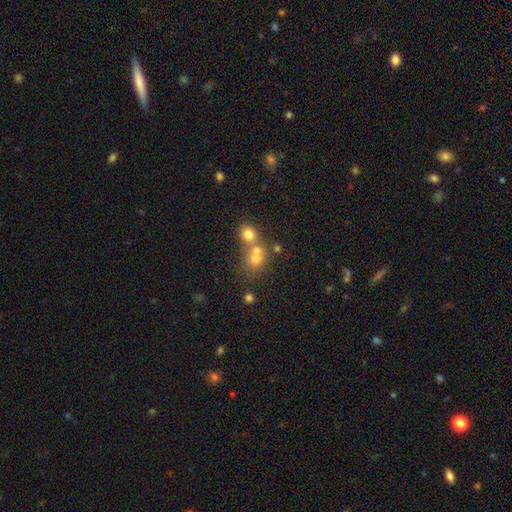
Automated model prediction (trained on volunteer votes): A smooth galaxy with no disk features (62%) that is round (76%). Merging: merger (50%).